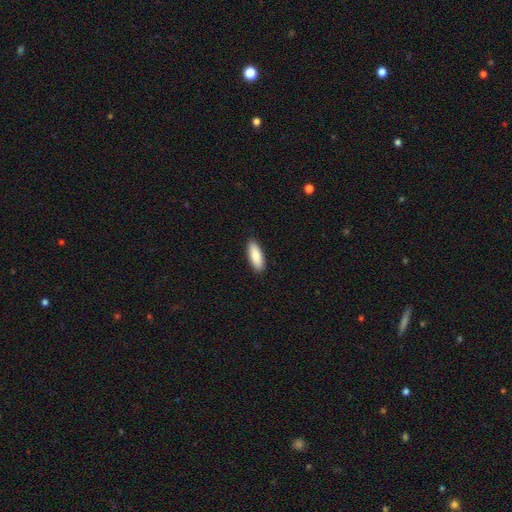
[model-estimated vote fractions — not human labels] A smooth galaxy with no disk features (86%) that is in between round and cigar-shaped (68%). Merging: none (90%).